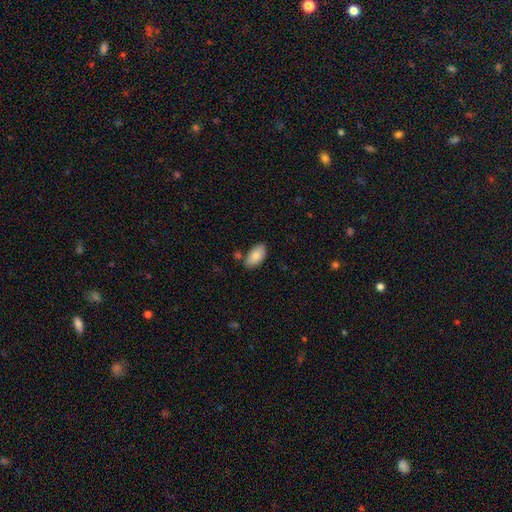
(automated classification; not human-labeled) Smooth or featured? smooth (83%)
How rounded? in between (95%)
Merging? none (76%)